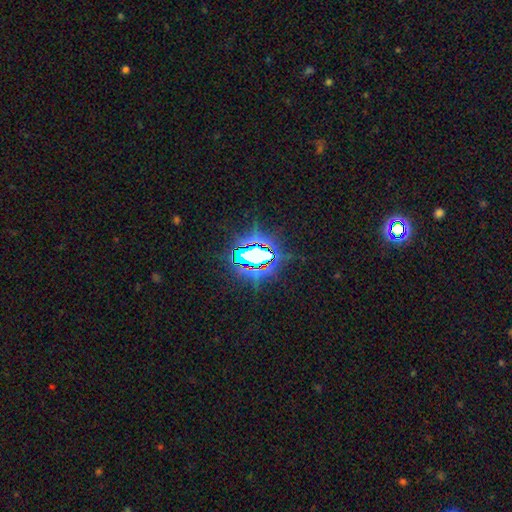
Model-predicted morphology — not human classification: smooth-or-featured: star or artifact: 73% | smooth: 15% | featured or disk: 12%